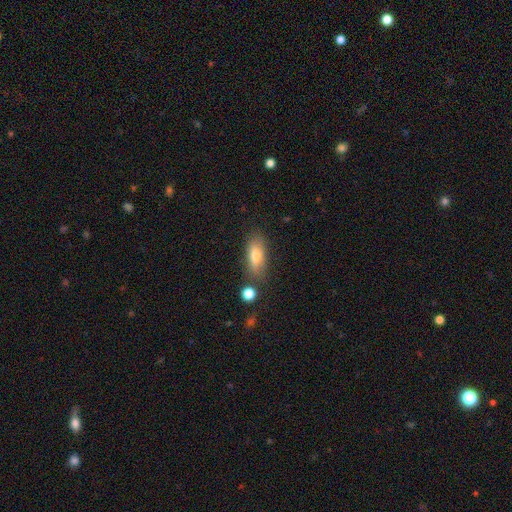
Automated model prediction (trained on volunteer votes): A smooth galaxy with no disk features (74%) that is in between round and cigar-shaped (75%).

Vote fractions:
- Smooth or featured? smooth: 74% / featured or disk: 18% / star or artifact: 8%
- How rounded? in between: 75% / cigar-shaped: 21% / round: 4%
- Merging? none: 75% / minor disturbance: 15% / merger: 6% / major disturbance: 4%